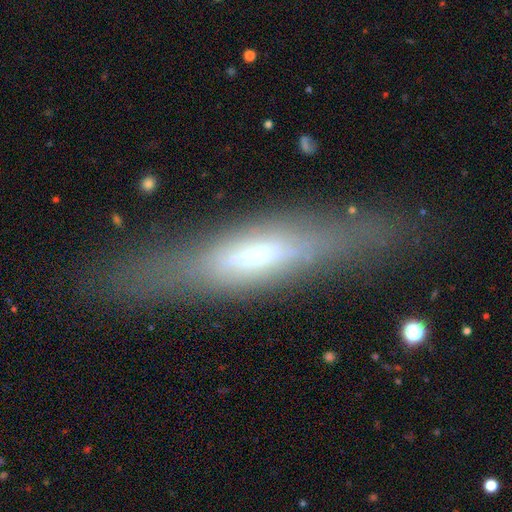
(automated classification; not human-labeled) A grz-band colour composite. It shows a featured or disk galaxy (60%) viewed edge-on (81%). Merging: none (69%).